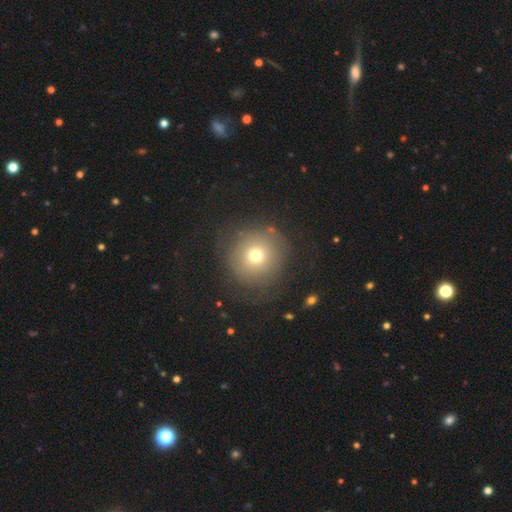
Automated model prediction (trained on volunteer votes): smooth_or_featured: smooth (p=0.68) [alt: featured or disk p=0.18]
how_rounded: round (p=0.93) [alt: in between p=0.06]
merging: none (p=0.75) [alt: minor disturbance p=0.14]